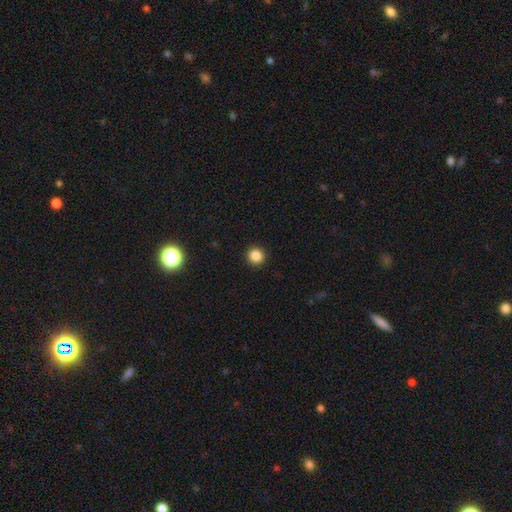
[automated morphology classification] This is clearly a smooth galaxy (86%). How rounded: clearly round (93%). Merging: clearly none (93%).